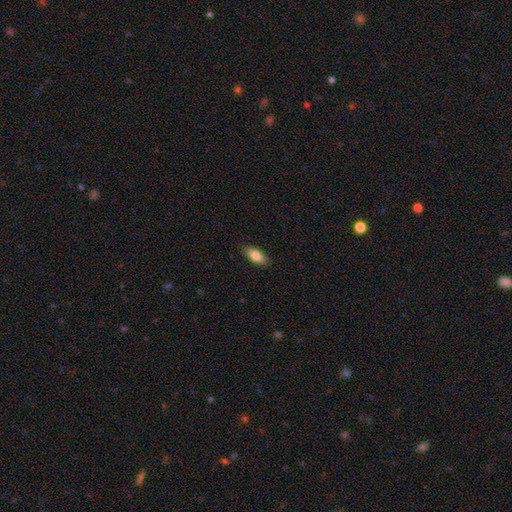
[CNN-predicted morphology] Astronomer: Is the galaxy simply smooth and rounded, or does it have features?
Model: smooth — 82%.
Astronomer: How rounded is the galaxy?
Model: in between — 84%.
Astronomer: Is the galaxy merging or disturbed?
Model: none — 87%.